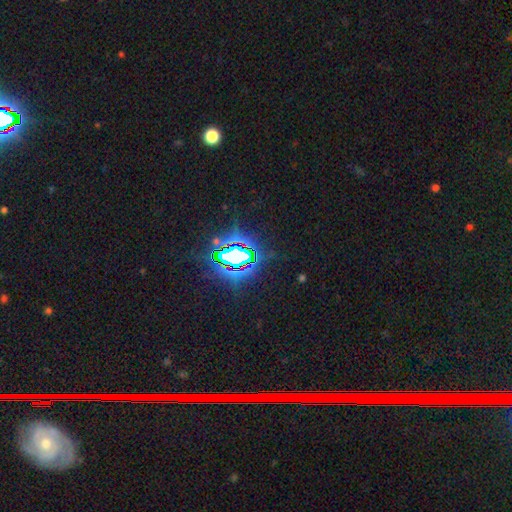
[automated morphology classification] smooth_or_featured: star or artifact (p=0.84) [alt: smooth p=0.09]